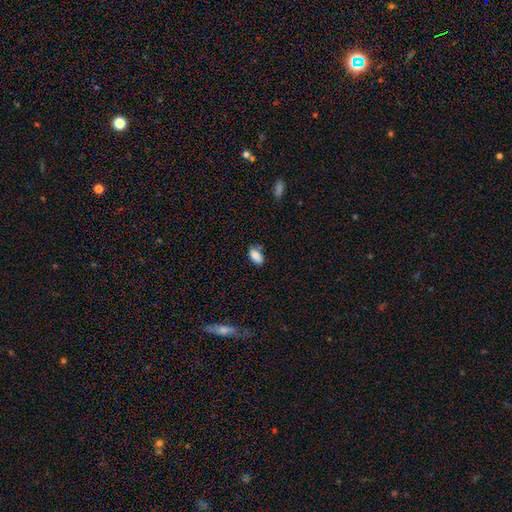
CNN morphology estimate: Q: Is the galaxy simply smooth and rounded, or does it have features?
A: smooth — 87%.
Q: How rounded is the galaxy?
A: in between — 92%.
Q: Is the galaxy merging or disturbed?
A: none — 64%.